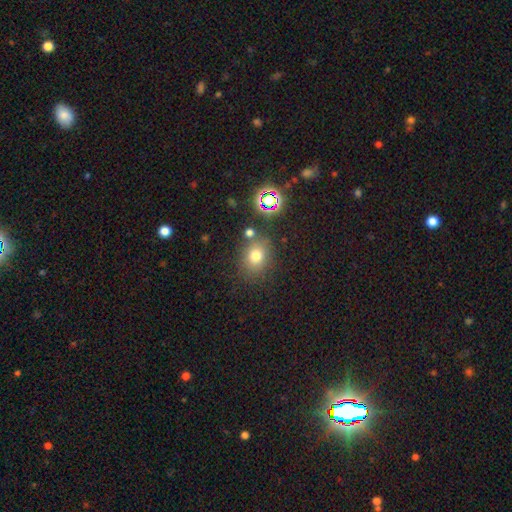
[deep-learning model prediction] smooth-or-featured: smooth: 71% | star or artifact: 20% | featured or disk: 9%
  how-rounded: round: 62% | in between: 36% | cigar-shaped: 1%
  merging: none: 74% | minor disturbance: 12% | merger: 9% | major disturbance: 5%